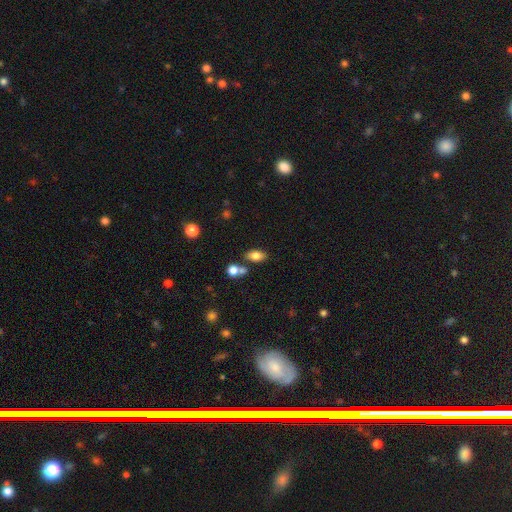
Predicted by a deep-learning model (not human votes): smooth 80%, featured or disk 10%, star or artifact 10%. Down the decision tree: how rounded — in between (87%); merging — none (70%).